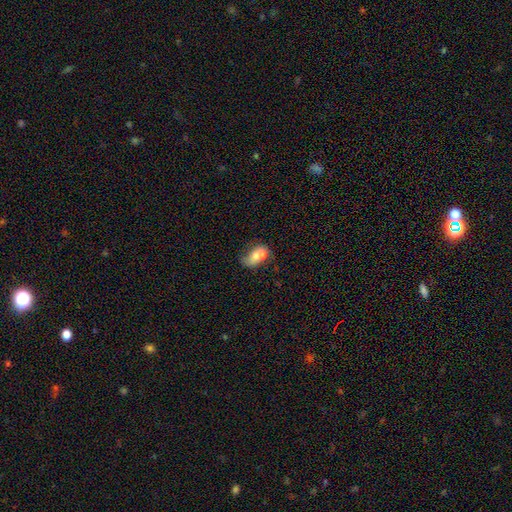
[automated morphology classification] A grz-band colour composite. It shows a smooth galaxy with no disk features (58%) that is in between round and cigar-shaped (76%). Merging: merger (55%).